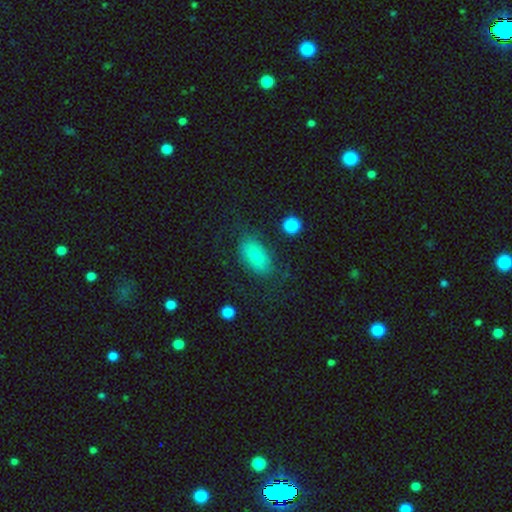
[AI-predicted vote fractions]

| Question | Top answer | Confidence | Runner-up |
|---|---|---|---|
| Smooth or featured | smooth | 70% | featured or disk (21%) |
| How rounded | in between | 89% | round (7%) |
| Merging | none | 67% | minor disturbance (18%) |